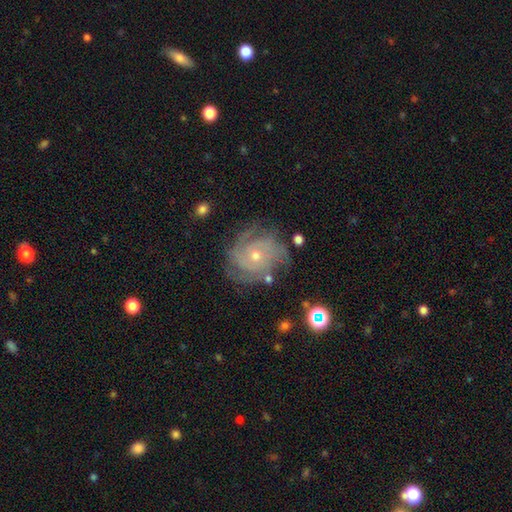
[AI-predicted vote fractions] smooth-or-featured: featured or disk: 81% | smooth: 10% | star or artifact: 8%
  disk-edge-on: no: 97% | yes: 3%
    bar: no: 79% | weak: 18% | strong: 3%
    has-spiral-arms: yes: 93% | no: 7%
      spiral-winding: tight: 67% | medium: 26% | loose: 7%
      spiral-arm-count: can't tell: 34% | 3: 24% | 2: 16% | 4: 13% | more than 4: 6% | 1: 6%
    bulge-size: small: 56% | moderate: 41% | large: 1% | none: 1% | dominant: 1%
  merging: none: 71% | minor disturbance: 18% | major disturbance: 8% | merger: 2%